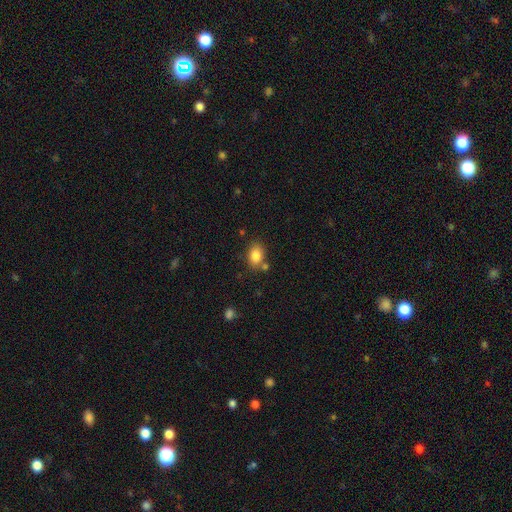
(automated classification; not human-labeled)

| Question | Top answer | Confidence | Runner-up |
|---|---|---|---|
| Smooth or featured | smooth | 84% | star or artifact (9%) |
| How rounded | in between | 80% | round (18%) |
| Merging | none | 71% | minor disturbance (14%) |